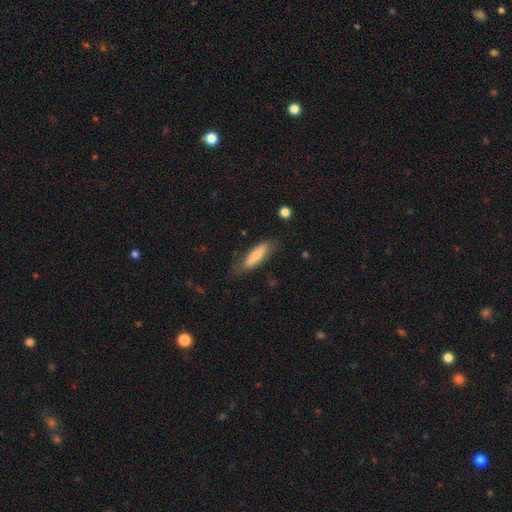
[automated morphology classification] Q: Smooth or featured?
A: smooth (68%); runner-up: featured or disk (26%)
Q: How rounded?
A: cigar-shaped (58%); runner-up: in between (41%)
Q: Merging?
A: none (69%); runner-up: minor disturbance (23%)